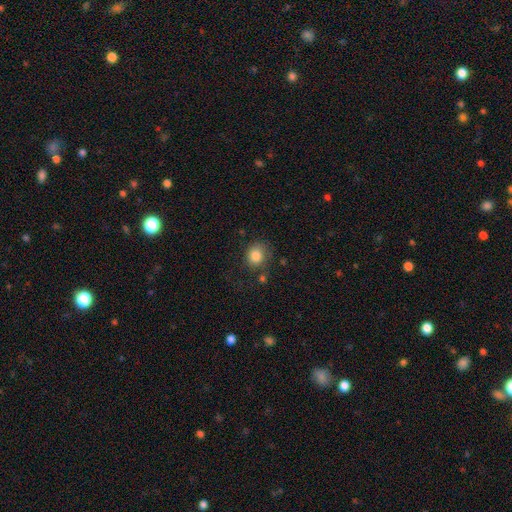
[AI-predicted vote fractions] smooth 84%, star or artifact 9%, featured or disk 6%. Down the decision tree: how rounded — round (72%); merging — none (69%).